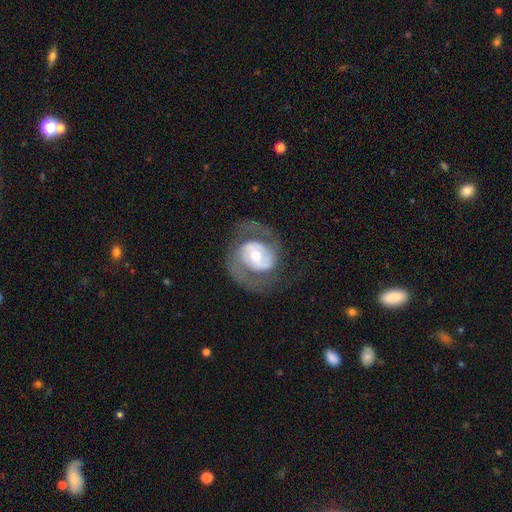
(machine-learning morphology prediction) The model was most divided on "bar": no: 48%, weak: 35%, strong: 17%. Remaining: edge-on disk — no (97%); spiral arms — yes (89%); spiral arm count — 2 (84%); smooth or featured — featured or disk (83%); merging — none (66%); bulge size — moderate (58%); spiral winding — medium (48%).